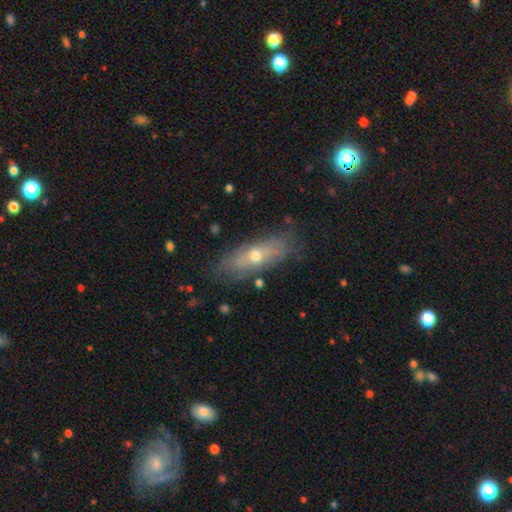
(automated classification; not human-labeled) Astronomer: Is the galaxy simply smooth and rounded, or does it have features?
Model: featured or disk — 49% (runner-up: smooth, 42%).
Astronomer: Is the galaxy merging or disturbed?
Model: none — 78%.